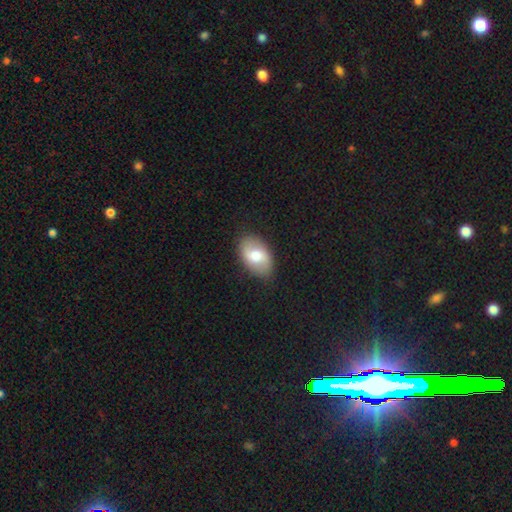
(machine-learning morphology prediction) type=smooth (65%); roundness=in between (90%); merging=none (86%).